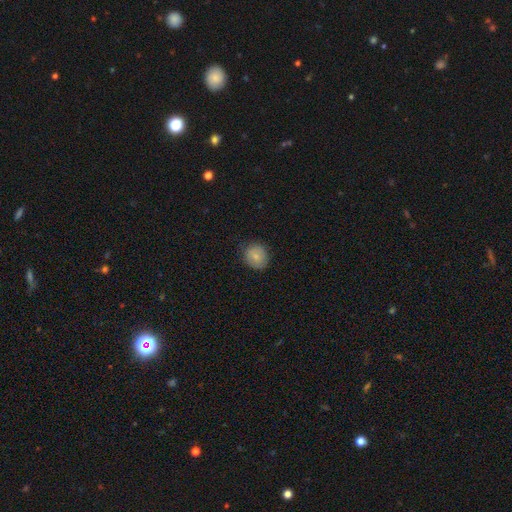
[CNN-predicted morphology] smooth_or_featured: smooth (p=0.76) [alt: featured or disk p=0.16]
how_rounded: round (p=0.80) [alt: in between p=0.19]
merging: none (p=0.80) [alt: minor disturbance p=0.15]